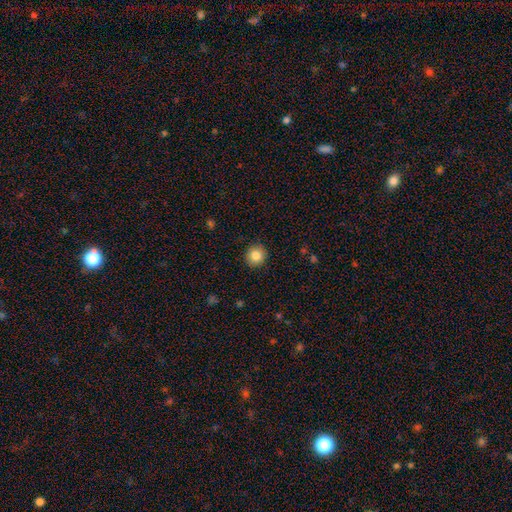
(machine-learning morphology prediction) A smooth galaxy with no disk features (84%) that is round (90%). Merging: none (91%).